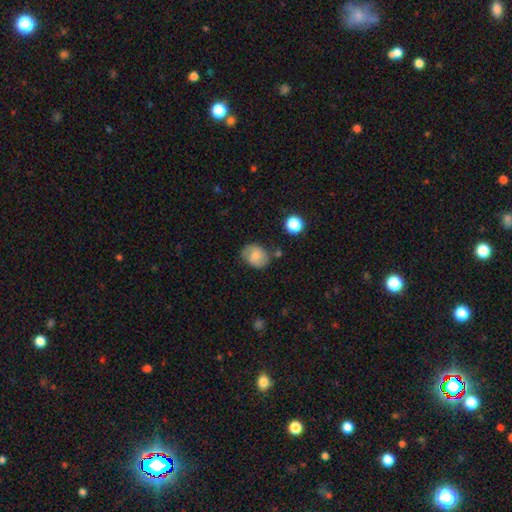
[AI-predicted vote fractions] This is likely a smooth galaxy (65%). How rounded: possibly round (52%). Merging: likely none (68%).